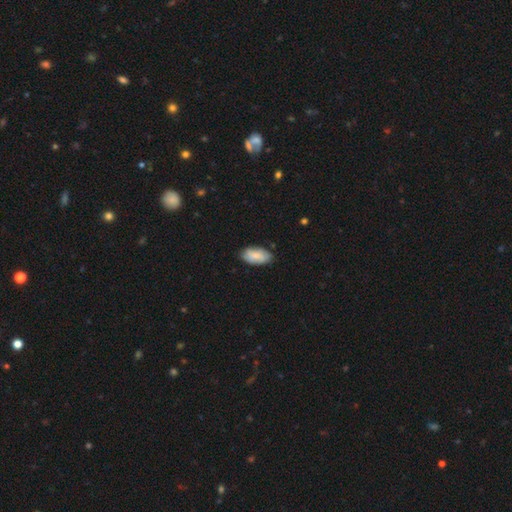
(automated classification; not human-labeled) Smooth or featured? Predicted: smooth (p=0.77). How rounded? Predicted: in between (p=0.94). Merging? Predicted: none (p=0.77).